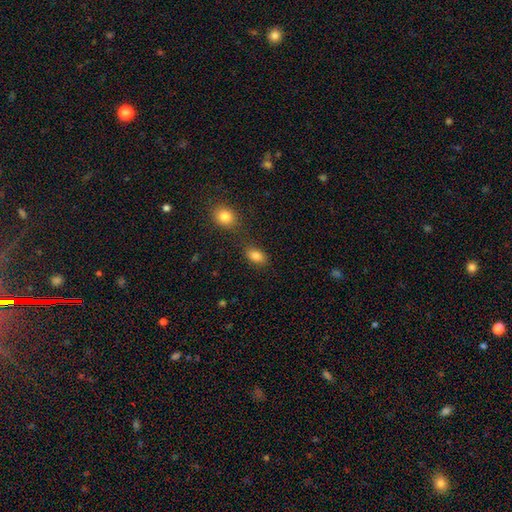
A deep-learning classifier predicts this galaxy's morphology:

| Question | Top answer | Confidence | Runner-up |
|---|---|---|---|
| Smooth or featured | smooth | 85% | star or artifact (9%) |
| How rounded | in between | 85% | round (13%) |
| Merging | none | 73% | minor disturbance (12%) |